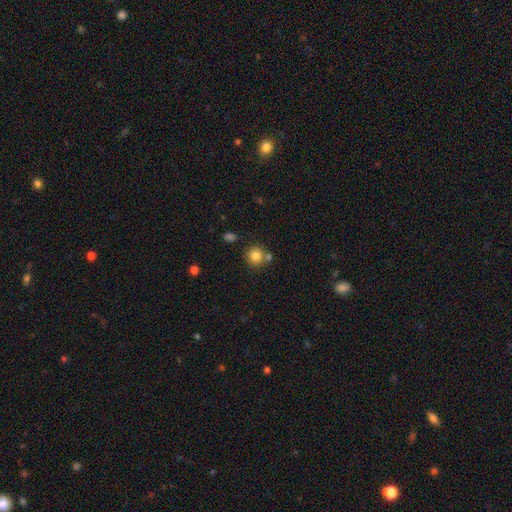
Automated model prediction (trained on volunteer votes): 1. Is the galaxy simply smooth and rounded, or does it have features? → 82% smooth, 11% star or artifact, 7% featured or disk.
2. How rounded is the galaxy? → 92% round, 7% in between, 1% cigar-shaped.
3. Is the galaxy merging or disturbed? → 72% none, 16% merger, 9% minor disturbance, 3% major disturbance.